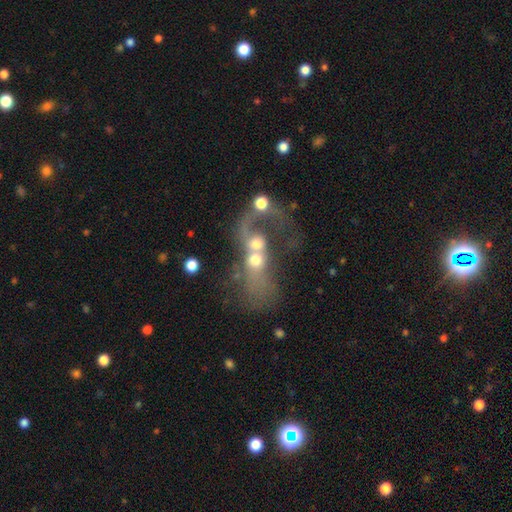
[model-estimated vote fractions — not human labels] Morphology: type=featured or disk (59%); edge-on=no (93%); bar=no (80%); spiral arms=no (61%); bulge=moderate (53%); merging=merger (71%).